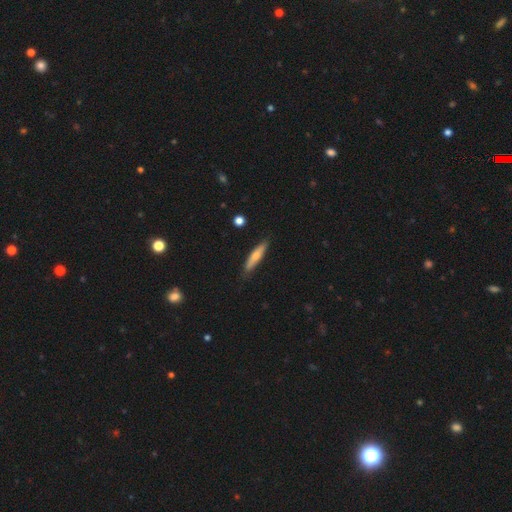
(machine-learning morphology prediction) smooth 57%, featured or disk 37%, star or artifact 6%. Down the decision tree: how rounded — cigar-shaped (82%); merging — none (83%).